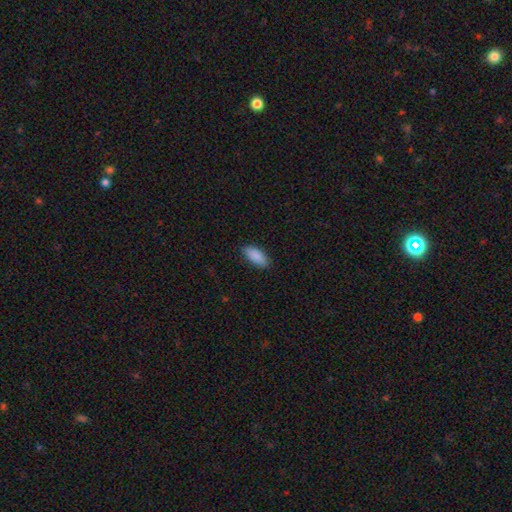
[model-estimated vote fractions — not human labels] smooth-or-featured: smooth: 90% | star or artifact: 6% | featured or disk: 4%
  how-rounded: in between: 84% | cigar-shaped: 14% | round: 2%
  merging: none: 86% | minor disturbance: 11% | major disturbance: 2% | merger: 1%